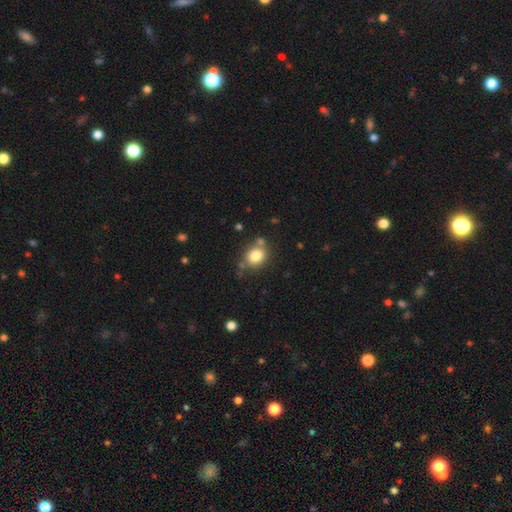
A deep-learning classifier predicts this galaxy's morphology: A smooth galaxy with no disk features (81%) that is round (65%).

Vote fractions:
- Smooth or featured? smooth: 81% / star or artifact: 10% / featured or disk: 8%
- How rounded? round: 65% / in between: 34% / cigar-shaped: 1%
- Merging? none: 71% / minor disturbance: 14% / merger: 11% / major disturbance: 4%